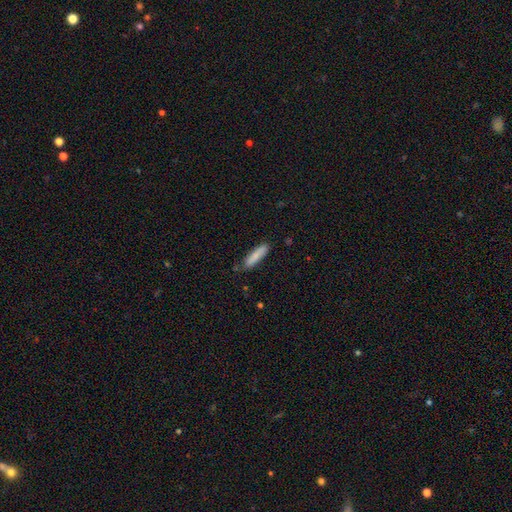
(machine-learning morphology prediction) Smooth or featured? smooth (82%)
How rounded? cigar-shaped (76%)
Merging? none (81%)